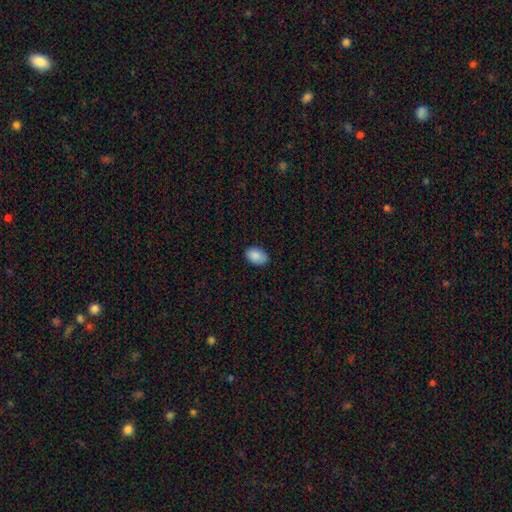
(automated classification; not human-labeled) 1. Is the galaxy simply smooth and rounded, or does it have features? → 88% smooth, 7% star or artifact, 5% featured or disk.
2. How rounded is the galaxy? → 88% in between, 11% round, 1% cigar-shaped.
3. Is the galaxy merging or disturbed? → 82% none, 14% minor disturbance, 2% major disturbance, 1% merger.